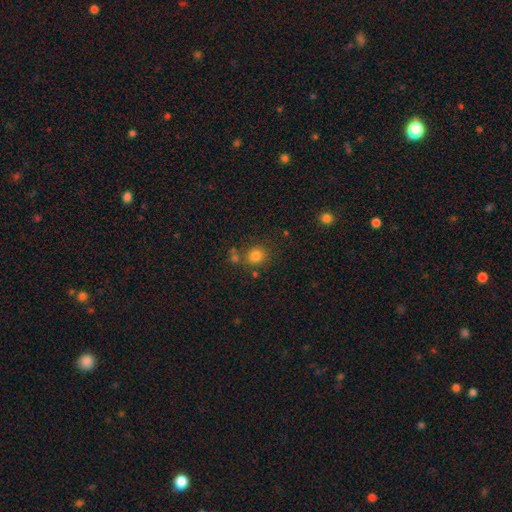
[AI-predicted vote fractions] A smooth galaxy with no disk features (81%) that is round (83%).

Vote fractions:
- Smooth or featured? smooth: 81% / star or artifact: 13% / featured or disk: 6%
- How rounded? round: 83% / in between: 16% / cigar-shaped: 1%
- Merging? none: 74% / merger: 11% / minor disturbance: 11% / major disturbance: 4%